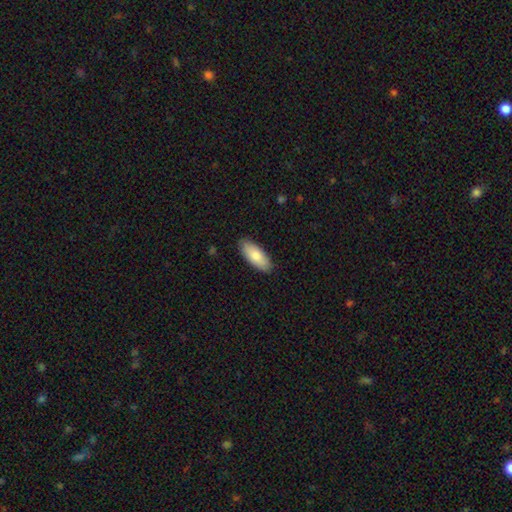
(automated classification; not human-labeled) smooth_or_featured: smooth (p=0.81) [alt: featured or disk p=0.13]
how_rounded: in between (p=0.82) [alt: cigar-shaped p=0.17]
merging: none (p=0.88) [alt: minor disturbance p=0.09]